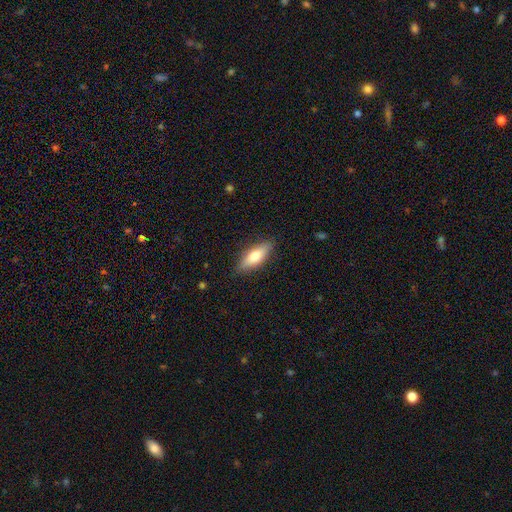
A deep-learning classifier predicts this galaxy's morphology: The model was most divided on "how rounded": in between: 63%, cigar-shaped: 35%, round: 2%. More confident: merging — none (86%); smooth or featured — smooth (71%).